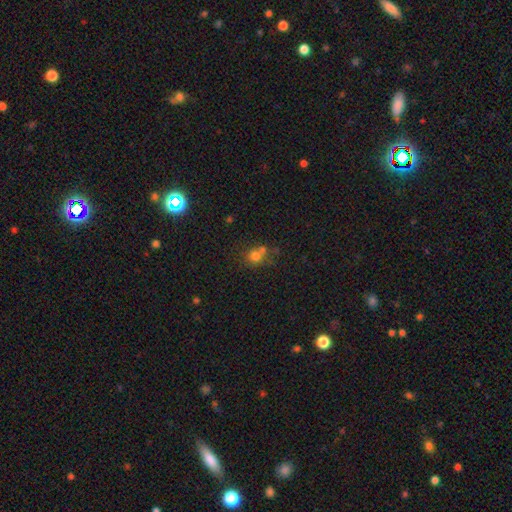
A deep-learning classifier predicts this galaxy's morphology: Smooth or featured: smooth — 72% (star or artifact — 15%)
How rounded: round — 81% (in between — 18%)
Merging: none — 45% (merger — 40%)